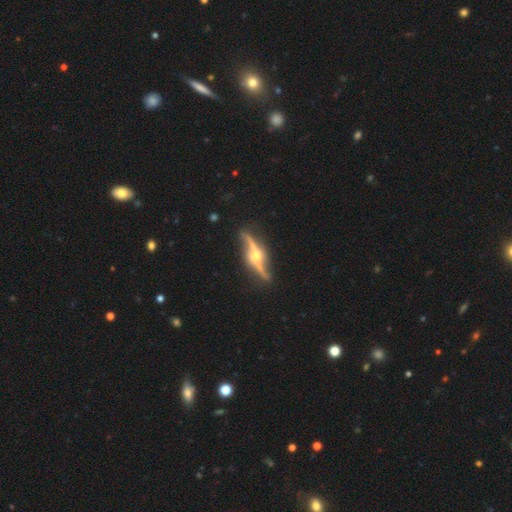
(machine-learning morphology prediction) featured or disk 90%, smooth 6%, star or artifact 5%. Down the decision tree: edge-on disk — yes (64%); edge-on bulge — rounded (95%); merging — none (78%).